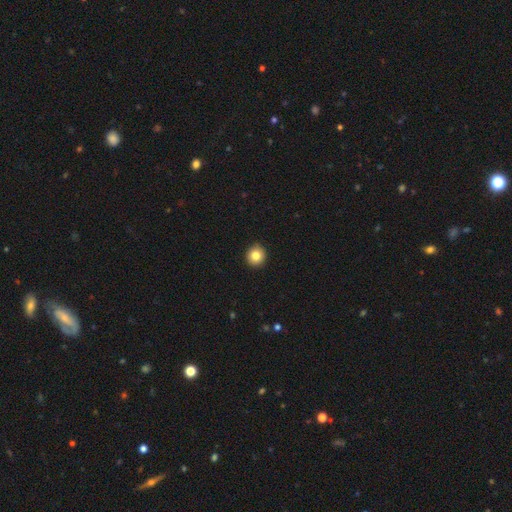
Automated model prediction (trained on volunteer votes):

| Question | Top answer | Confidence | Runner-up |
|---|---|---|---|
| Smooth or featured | smooth | 83% | star or artifact (10%) |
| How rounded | round | 91% | in between (8%) |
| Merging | none | 92% | minor disturbance (5%) |